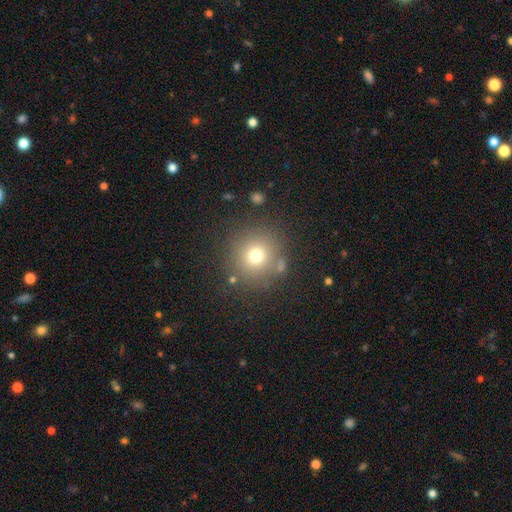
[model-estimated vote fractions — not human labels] Smooth or featured: smooth — 71% (star or artifact — 17%)
How rounded: round — 92% (in between — 7%)
Merging: none — 82% (minor disturbance — 9%)